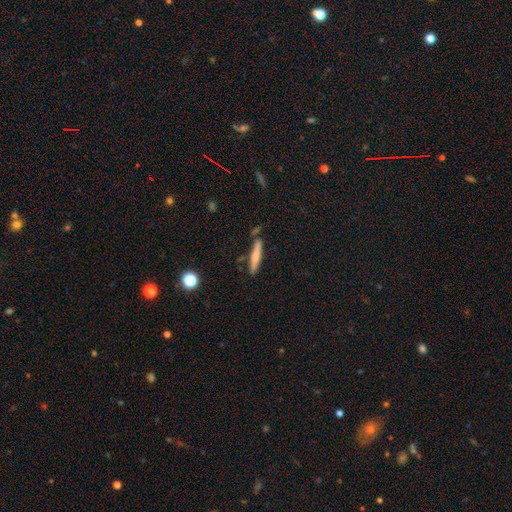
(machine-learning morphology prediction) smooth-or-featured: smooth: 59% | featured or disk: 34% | star or artifact: 7%
  how-rounded: cigar-shaped: 91% | in between: 7% | round: 2%
  merging: none: 76% | minor disturbance: 14% | merger: 7% | major disturbance: 3%